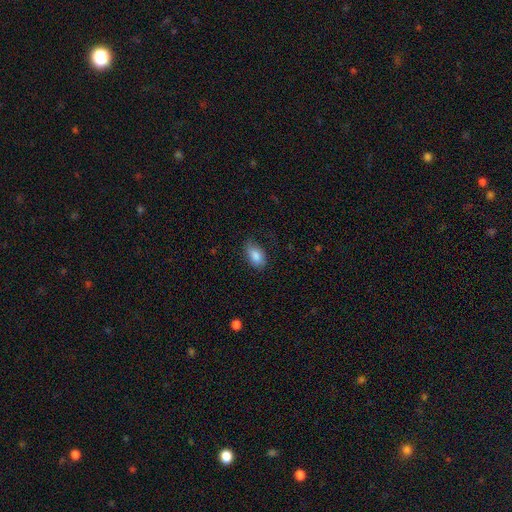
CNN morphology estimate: smooth 85%, featured or disk 8%, star or artifact 7%. Down the decision tree: how rounded — in between (92%); merging — none (70%).